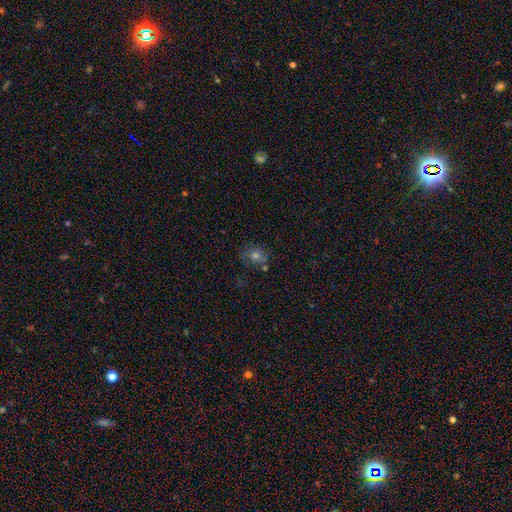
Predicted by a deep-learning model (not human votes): Smooth or featured? smooth (56%)
How rounded? round (64%)
Merging? none (69%)